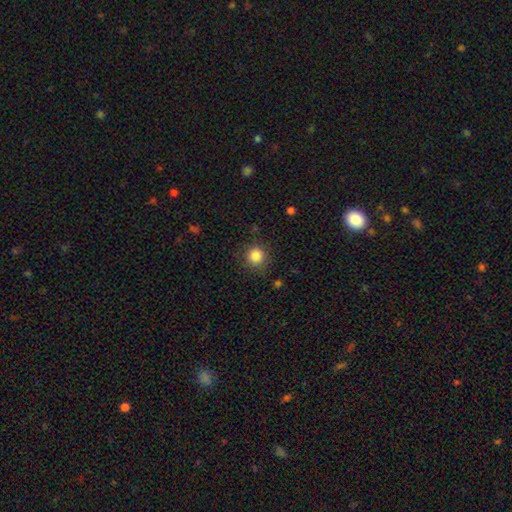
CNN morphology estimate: smooth_or_featured: smooth (p=0.85) [alt: star or artifact p=0.11]
how_rounded: round (p=0.93) [alt: in between p=0.07]
merging: none (p=0.86) [alt: minor disturbance p=0.09]